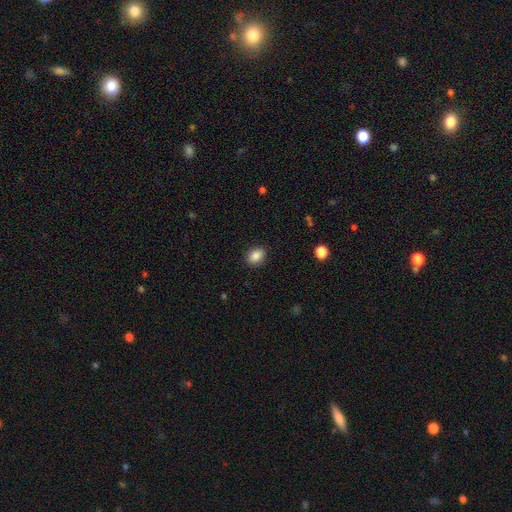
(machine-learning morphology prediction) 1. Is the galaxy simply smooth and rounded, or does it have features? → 88% smooth, 9% star or artifact, 4% featured or disk.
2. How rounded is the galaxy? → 65% in between, 34% round, 1% cigar-shaped.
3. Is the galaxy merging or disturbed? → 88% none, 8% minor disturbance, 2% major disturbance, 1% merger.